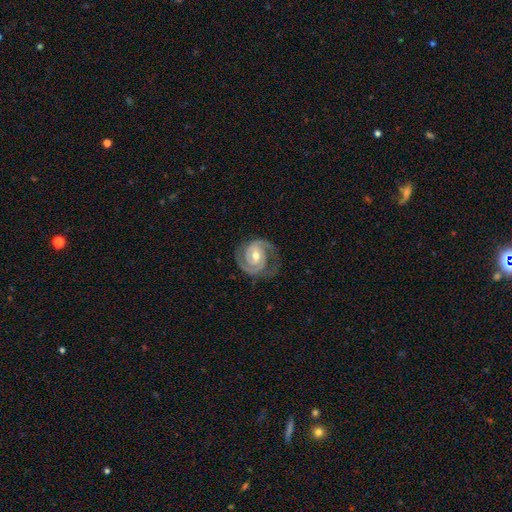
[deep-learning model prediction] The model was most divided on "bar": weak: 45%, no: 36%, strong: 19%. More confident: spiral arms — yes (98%); edge-on disk — no (98%); smooth or featured — featured or disk (91%); spiral arm count — 2 (86%); merging — none (75%); bulge size — moderate (66%); spiral winding — tight (60%).